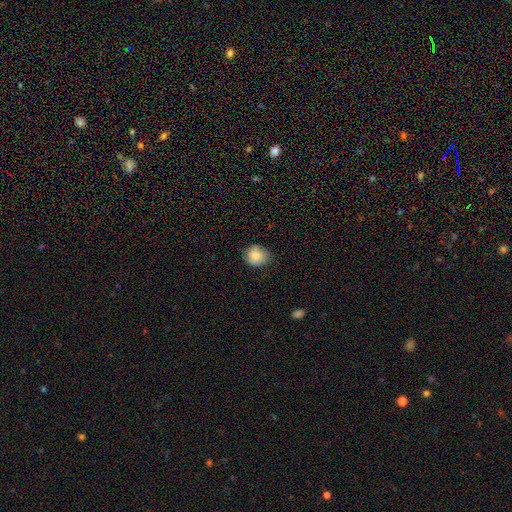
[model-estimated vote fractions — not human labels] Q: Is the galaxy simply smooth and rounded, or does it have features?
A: smooth — 82%.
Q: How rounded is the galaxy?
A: round — 73%.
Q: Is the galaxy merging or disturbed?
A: none — 73%.